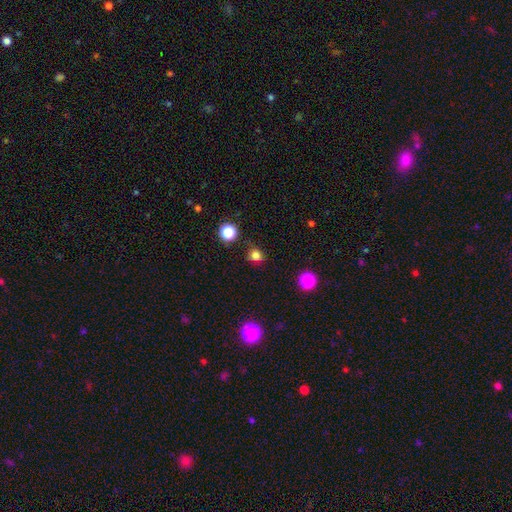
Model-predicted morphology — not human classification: A smooth galaxy with no disk features (78%) that is round (76%).

Vote fractions:
- Smooth or featured? smooth: 78% / star or artifact: 17% / featured or disk: 5%
- How rounded? round: 76% / in between: 23% / cigar-shaped: 1%
- Merging? none: 74% / minor disturbance: 17% / major disturbance: 5% / merger: 4%